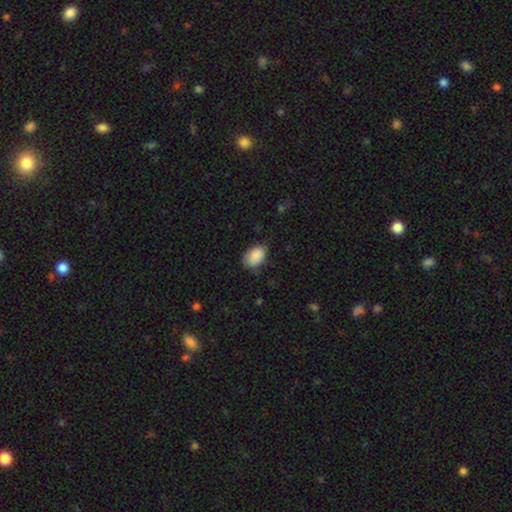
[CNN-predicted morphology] Smooth or featured: smooth — 88% (star or artifact — 7%)
How rounded: in between — 86% (round — 13%)
Merging: none — 67% (minor disturbance — 26%)